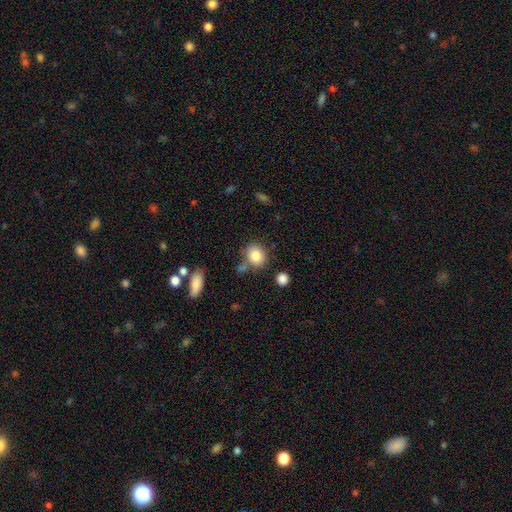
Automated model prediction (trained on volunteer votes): Morphology: type=smooth (83%); roundness=round (70%); merging=none (71%).